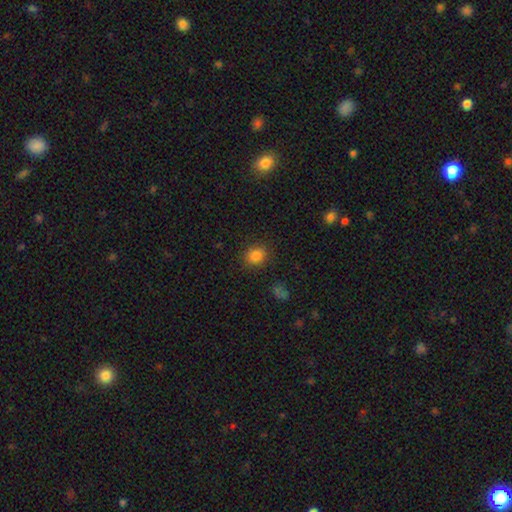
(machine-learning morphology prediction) Smooth or featured? Predicted: smooth (p=0.84). How rounded? Predicted: round (p=0.63). Merging? Predicted: none (p=0.85).